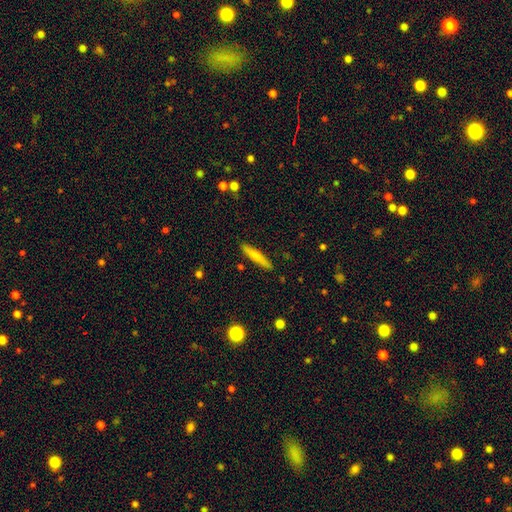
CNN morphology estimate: Smooth or featured?
  - smooth: 71% *
  - featured or disk: 23%
  - star or artifact: 6%
How rounded?
  - cigar-shaped: 92% *
  - in between: 6%
  - round: 1%
Merging?
  - none: 89% *
  - minor disturbance: 8%
  - major disturbance: 2%
  - merger: 2%